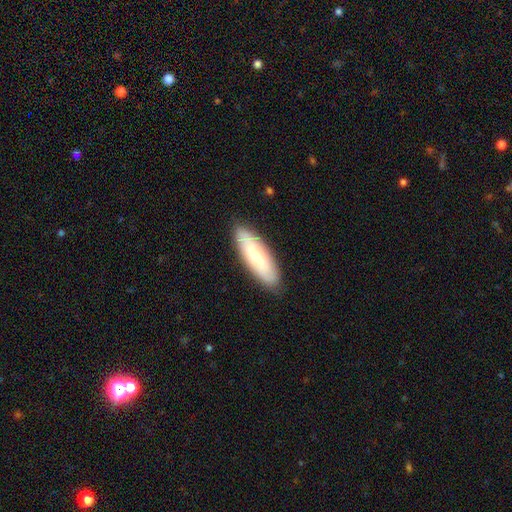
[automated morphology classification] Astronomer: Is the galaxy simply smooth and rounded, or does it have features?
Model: smooth — 64%.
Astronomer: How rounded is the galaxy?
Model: in between — 50% (runner-up: cigar-shaped, 48%).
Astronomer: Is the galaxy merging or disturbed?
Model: none — 87%.